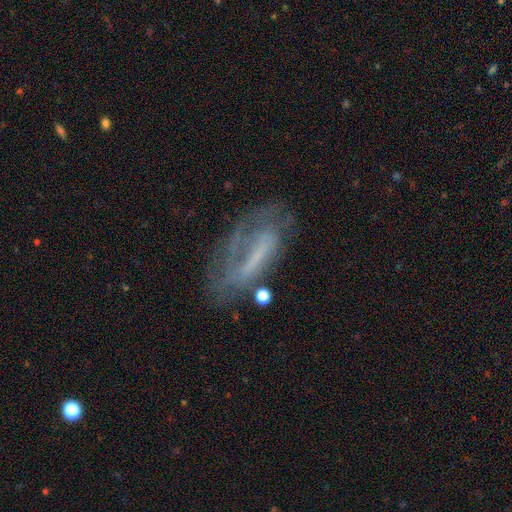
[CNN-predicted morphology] This is likely a featured or disk galaxy (60%). It is clearly not viewed edge-on (84%). Bar: marginally strong (38%). Spiral arm pattern: possibly yes (55%). Central bulge: possibly none (56%). Merging: possibly none (47%).